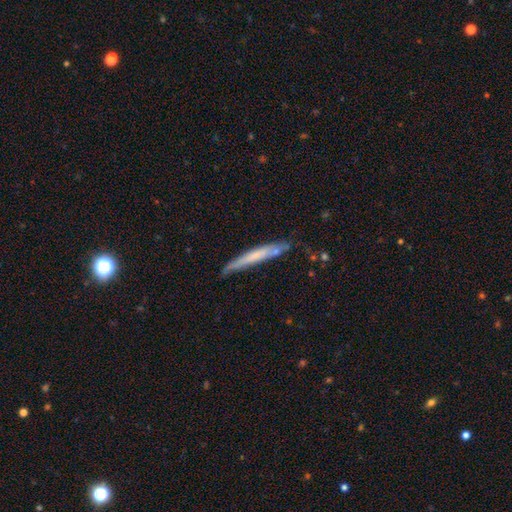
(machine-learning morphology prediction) The model was most divided on "smooth or featured": smooth: 56%, featured or disk: 38%, star or artifact: 6%. More confident: how rounded — cigar-shaped (95%); merging — none (71%).